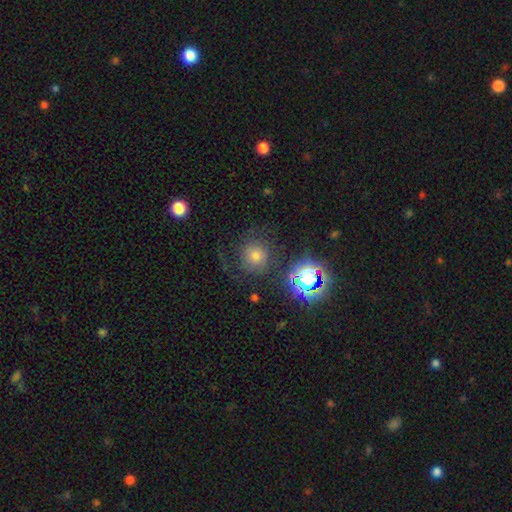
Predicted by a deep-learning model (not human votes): Smooth or featured: smooth — 61% (star or artifact — 25%)
How rounded: round — 91% (in between — 8%)
Merging: none — 74% (minor disturbance — 14%)